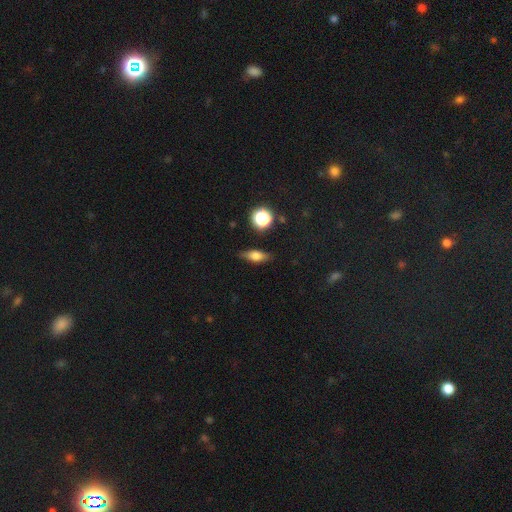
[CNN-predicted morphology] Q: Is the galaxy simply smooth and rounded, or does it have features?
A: smooth — 61%.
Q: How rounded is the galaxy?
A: in between — 59%.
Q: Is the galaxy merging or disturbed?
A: none — 82%.